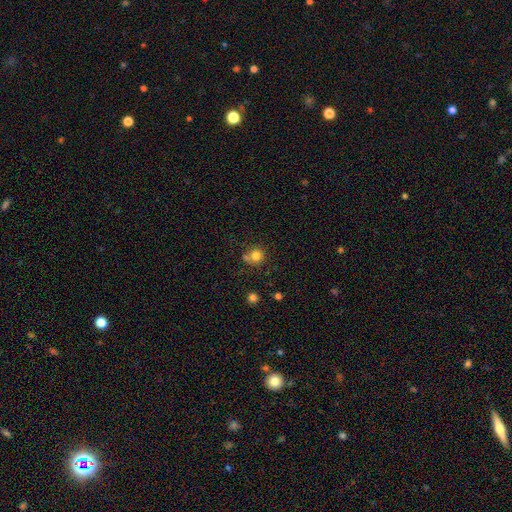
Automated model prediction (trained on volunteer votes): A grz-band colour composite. It shows a smooth galaxy with no disk features (79%) that is round (90%). Merging: none (63%).